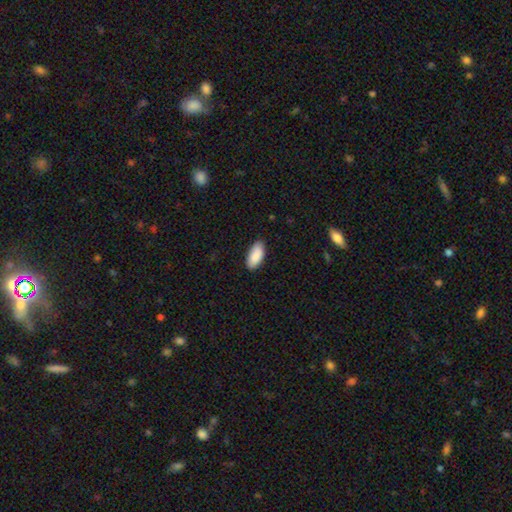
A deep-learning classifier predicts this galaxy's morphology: A smooth galaxy with no disk features (90%) that is in between round and cigar-shaped (92%). Merging: none (86%).